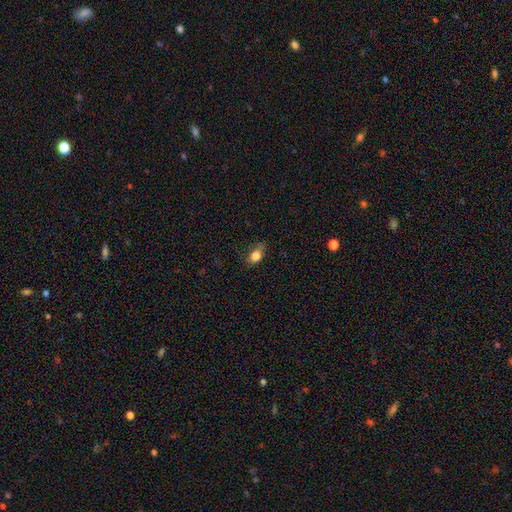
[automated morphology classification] smooth-or-featured: smooth: 81% | star or artifact: 10% | featured or disk: 8%
  how-rounded: in between: 75% | round: 22% | cigar-shaped: 3%
  merging: none: 52% | minor disturbance: 32% | major disturbance: 14% | merger: 2%